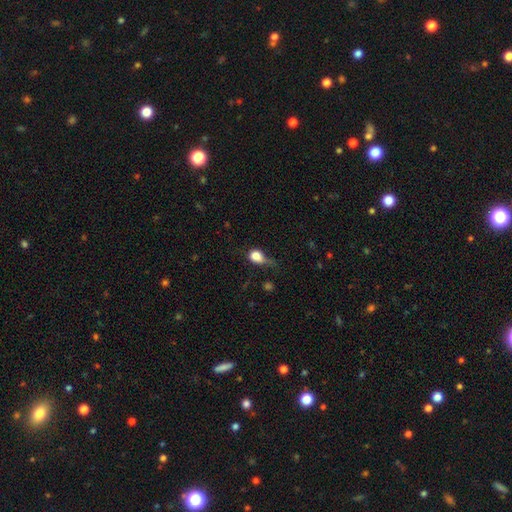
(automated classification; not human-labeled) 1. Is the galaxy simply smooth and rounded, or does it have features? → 76% smooth, 13% featured or disk, 10% star or artifact.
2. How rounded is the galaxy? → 57% round, 41% in between, 2% cigar-shaped.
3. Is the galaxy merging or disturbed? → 36% minor disturbance, 30% none, 29% major disturbance, 5% merger.